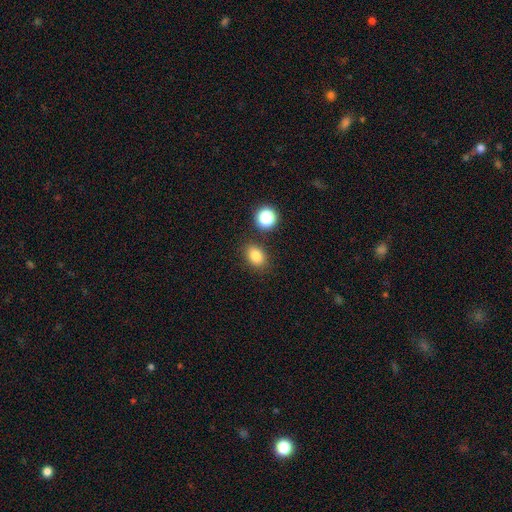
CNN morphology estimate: The model was most divided on "how rounded": in between: 67%, round: 31%, cigar-shaped: 1%. More confident: smooth or featured — smooth (81%); merging — none (81%).